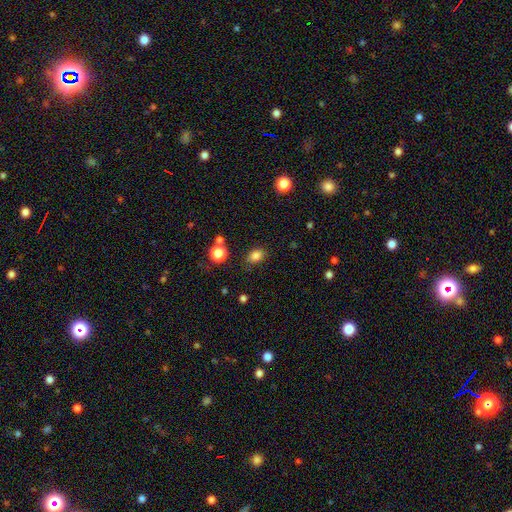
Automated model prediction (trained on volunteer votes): Overall: smooth (83%). How rounded: in between (71%). Merging: none (81%).